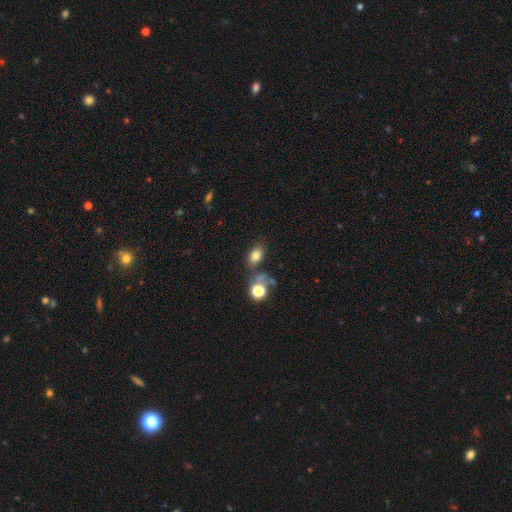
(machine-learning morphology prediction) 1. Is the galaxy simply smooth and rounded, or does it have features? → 78% smooth, 12% star or artifact, 10% featured or disk.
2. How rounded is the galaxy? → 79% in between, 19% round, 2% cigar-shaped.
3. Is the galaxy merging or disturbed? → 59% none, 16% minor disturbance, 16% merger, 9% major disturbance.